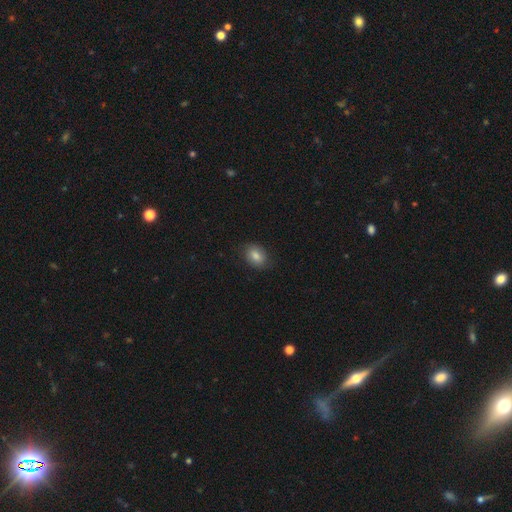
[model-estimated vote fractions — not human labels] Q: Smooth or featured?
A: smooth (81%); runner-up: featured or disk (10%)
Q: How rounded?
A: in between (69%); runner-up: round (30%)
Q: Merging?
A: none (83%); runner-up: minor disturbance (13%)